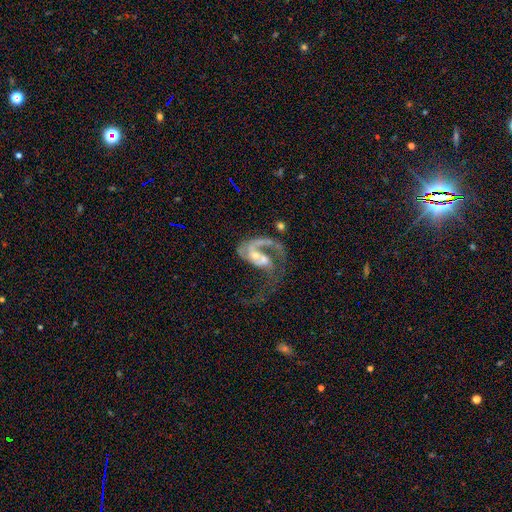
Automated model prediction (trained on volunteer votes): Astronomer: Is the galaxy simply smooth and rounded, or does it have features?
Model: featured or disk — 83%.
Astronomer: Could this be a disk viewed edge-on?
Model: no — 98%.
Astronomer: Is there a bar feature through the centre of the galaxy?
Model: no — 59%.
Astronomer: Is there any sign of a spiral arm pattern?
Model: yes — 87%.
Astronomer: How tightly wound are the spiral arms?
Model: loose — 51% (runner-up: medium, 36%).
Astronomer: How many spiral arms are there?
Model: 1 — 54% (runner-up: 2, 33%).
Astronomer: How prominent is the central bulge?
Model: moderate — 45% (runner-up: small, 42%).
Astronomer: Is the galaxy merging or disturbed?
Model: merger — 36%, tied with major disturbance at 36%.